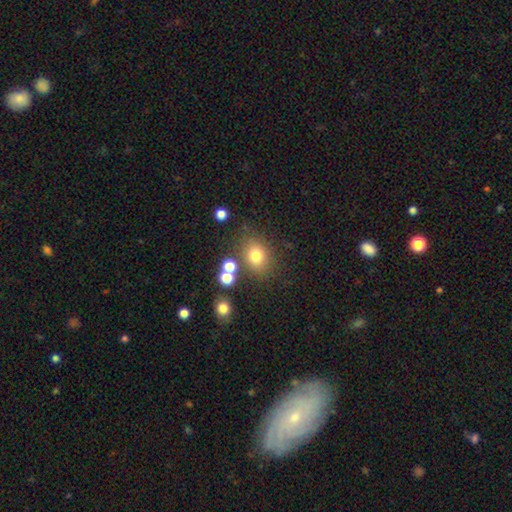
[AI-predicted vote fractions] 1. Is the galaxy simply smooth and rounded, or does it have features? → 75% smooth, 16% star or artifact, 9% featured or disk.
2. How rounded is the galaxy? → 57% round, 42% in between, 1% cigar-shaped.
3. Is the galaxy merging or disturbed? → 74% none, 12% minor disturbance, 9% merger, 5% major disturbance.